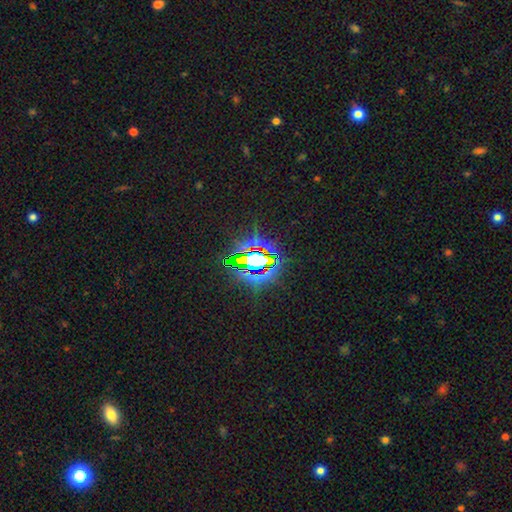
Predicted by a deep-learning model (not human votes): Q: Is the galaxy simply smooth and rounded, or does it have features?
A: star or artifact — 83%.